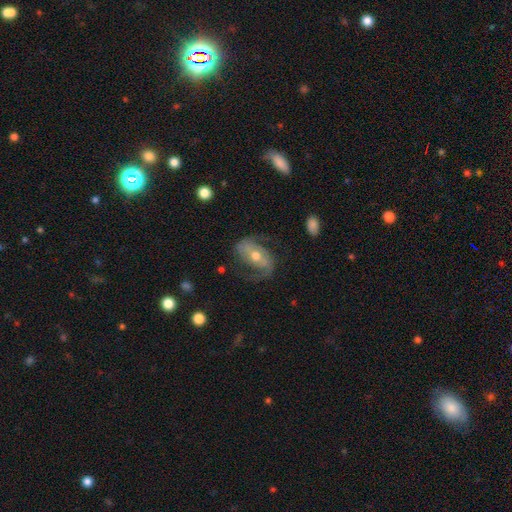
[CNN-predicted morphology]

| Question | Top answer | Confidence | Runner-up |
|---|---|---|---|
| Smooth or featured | featured or disk | 81% | smooth (13%) |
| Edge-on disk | no | 96% | yes (4%) |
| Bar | weak | 36% | no (33%) |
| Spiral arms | yes | 91% | no (9%) |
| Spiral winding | medium | 47% | loose (34%) |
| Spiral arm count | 2 | 88% | can't tell (5%) |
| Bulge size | moderate | 68% | small (24%) |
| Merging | none | 66% | minor disturbance (17%) |